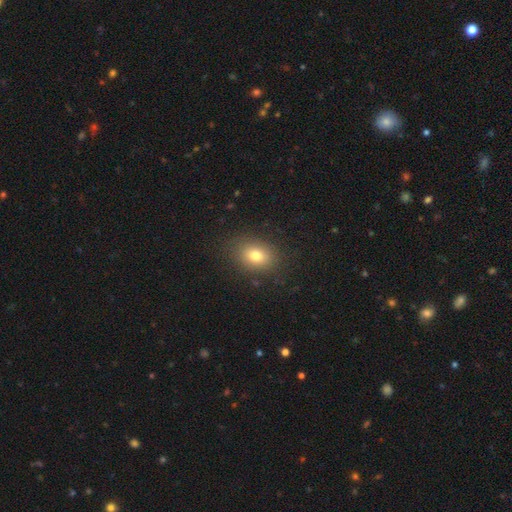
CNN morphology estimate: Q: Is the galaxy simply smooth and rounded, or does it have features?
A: smooth — 78%.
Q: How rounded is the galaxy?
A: in between — 65%.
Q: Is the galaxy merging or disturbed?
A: none — 85%.